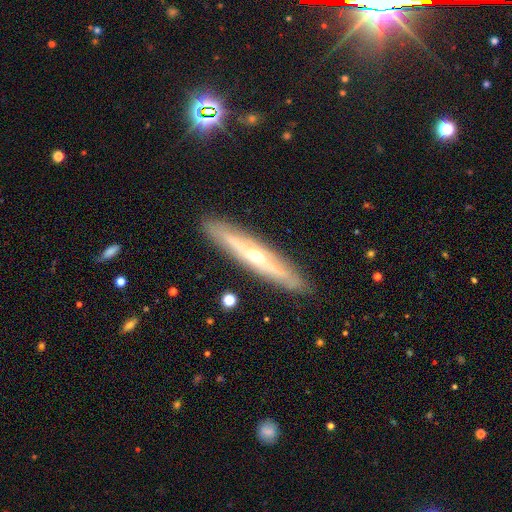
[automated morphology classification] type=featured or disk (68%); edge-on=yes (83%); edge-on bulge=rounded (84%); merging=none (89%).